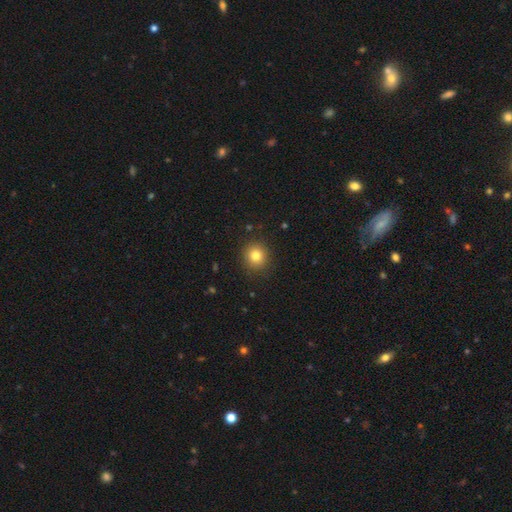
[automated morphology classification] smooth_or_featured: smooth (p=0.81) [alt: star or artifact p=0.12]
how_rounded: round (p=0.89) [alt: in between p=0.10]
merging: none (p=0.90) [alt: minor disturbance p=0.07]